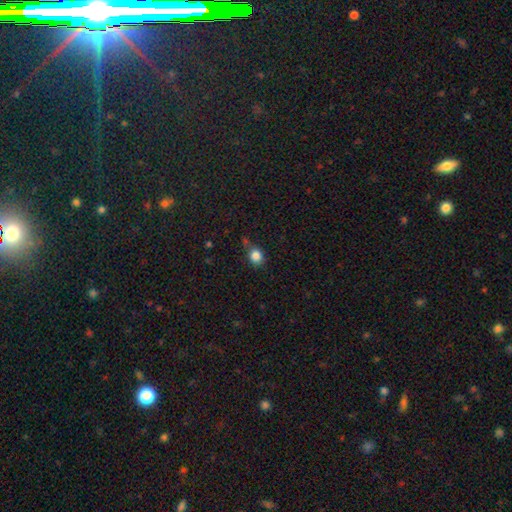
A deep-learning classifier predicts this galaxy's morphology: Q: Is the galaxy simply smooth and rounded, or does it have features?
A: smooth — 85%.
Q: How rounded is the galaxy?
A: round — 73%.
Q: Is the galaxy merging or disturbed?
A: none — 63%.